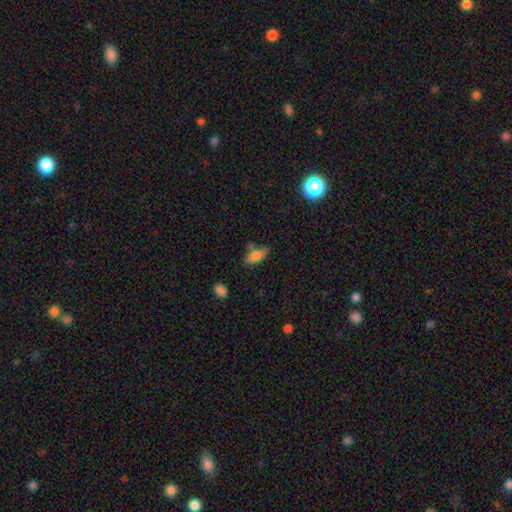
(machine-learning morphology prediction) The model was most divided on "merging": none: 58%, minor disturbance: 24%, merger: 11%, major disturbance: 7%. More confident: how rounded — in between (76%); smooth or featured — smooth (75%).